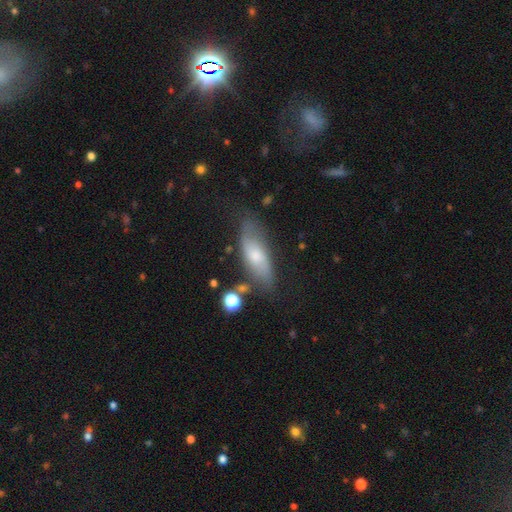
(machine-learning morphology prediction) type=smooth (55%); roundness=in between (69%); merging=none (62%).